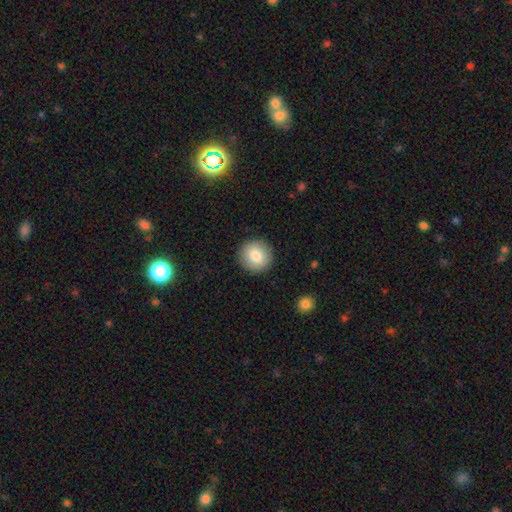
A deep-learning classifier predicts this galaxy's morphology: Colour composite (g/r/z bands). It shows a smooth galaxy with no disk features (84%) that is round (93%). Merging: none (91%).